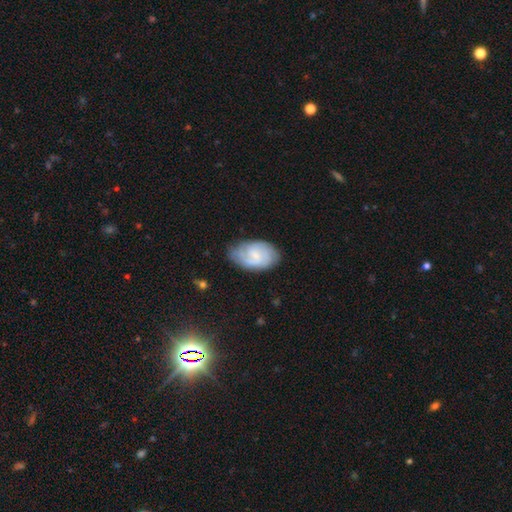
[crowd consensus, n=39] This is likely a featured or disk galaxy (62%). It is clearly not viewed edge-on (100%). Bar: likely no (67%). Spiral arm pattern: clearly yes (92%). Spiral arm count: marginally can't tell (41%). Spiral winding: likely tight (77%). Central bulge: possibly small (58%). Merging: clearly none (81%).